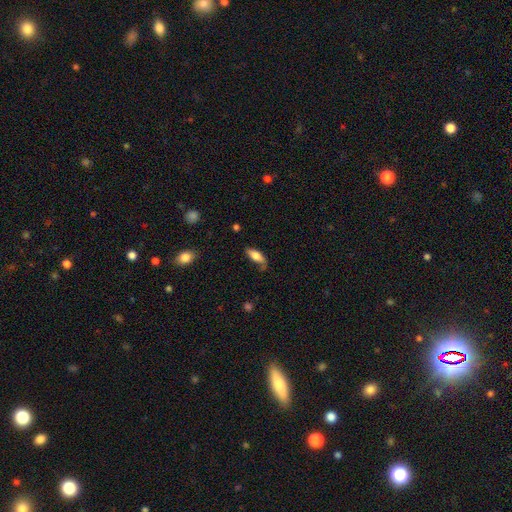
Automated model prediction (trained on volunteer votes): Smooth or featured?
  - smooth: 71% *
  - featured or disk: 22%
  - star or artifact: 7%
How rounded?
  - in between: 69% *
  - cigar-shaped: 28%
  - round: 3%
Merging?
  - none: 60% *
  - minor disturbance: 29%
  - major disturbance: 8%
  - merger: 3%